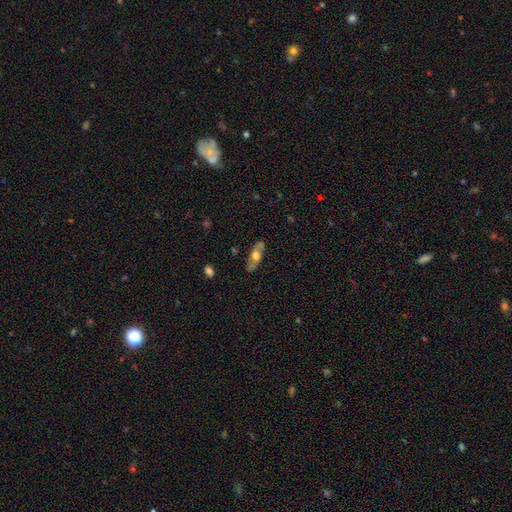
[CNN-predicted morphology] This is possibly a featured or disk galaxy (51%). It is likely not viewed edge-on (62%). Merging: likely none (79%).